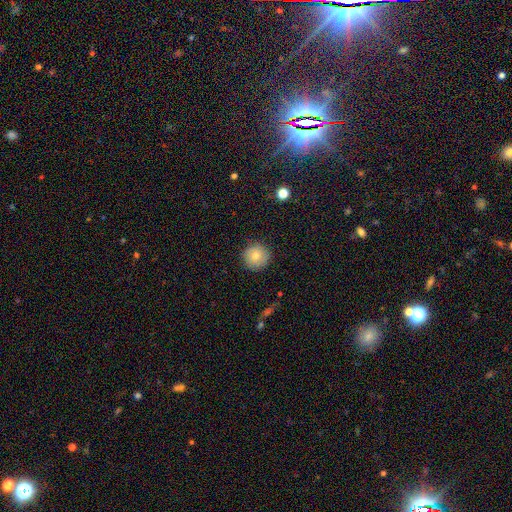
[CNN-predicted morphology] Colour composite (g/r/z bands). It shows a smooth galaxy with no disk features (78%) that is round (95%). Merging: none (87%).